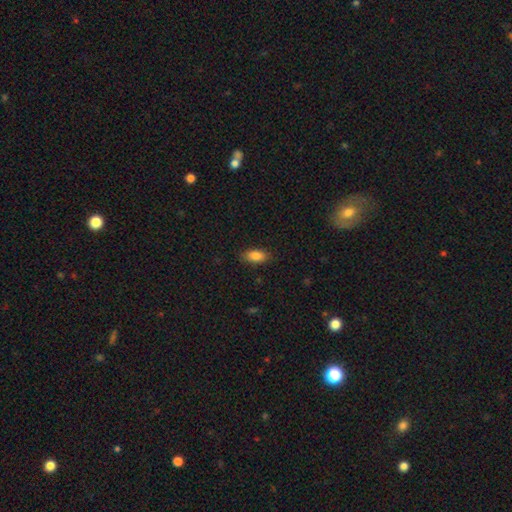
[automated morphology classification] This appears to be a smooth galaxy with no disk features (86%) that is in between round and cigar-shaped (89%). Merging: none (86%).